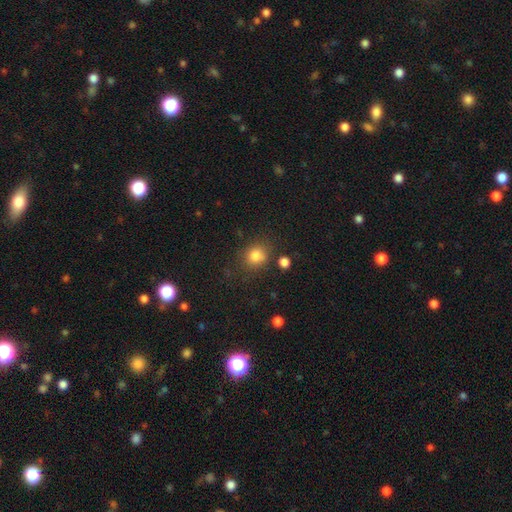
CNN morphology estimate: This is clearly a smooth galaxy (82%). How rounded: likely round (73%). Merging: likely none (72%).